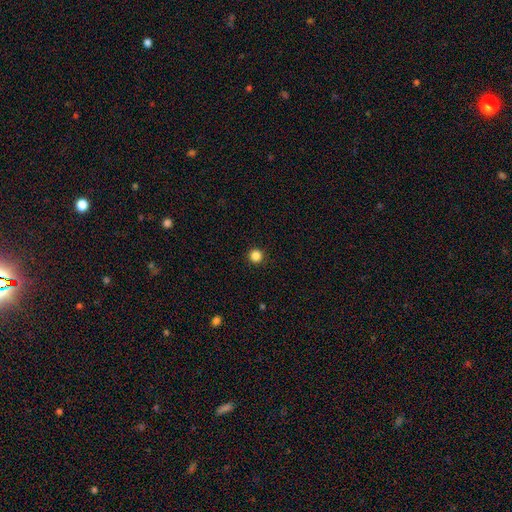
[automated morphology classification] This appears to be a smooth galaxy with no disk features (85%) that is round (96%). Merging: none (93%).